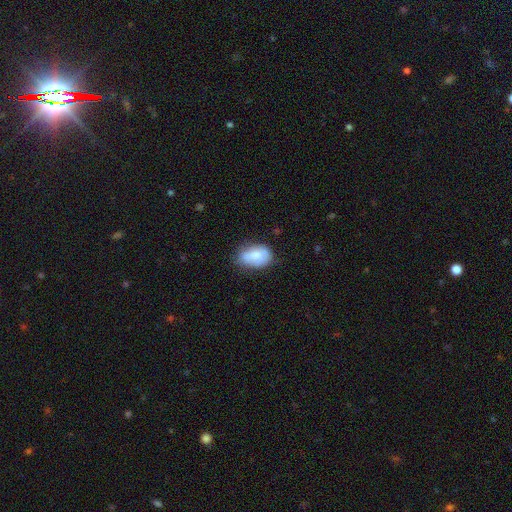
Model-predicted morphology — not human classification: A smooth galaxy with no disk features (75%) that is in between round and cigar-shaped (90%).

Vote fractions:
- Smooth or featured? smooth: 75% / featured or disk: 18% / star or artifact: 7%
- How rounded? in between: 90% / round: 9% / cigar-shaped: 1%
- Merging? none: 60% / minor disturbance: 30% / major disturbance: 7% / merger: 2%